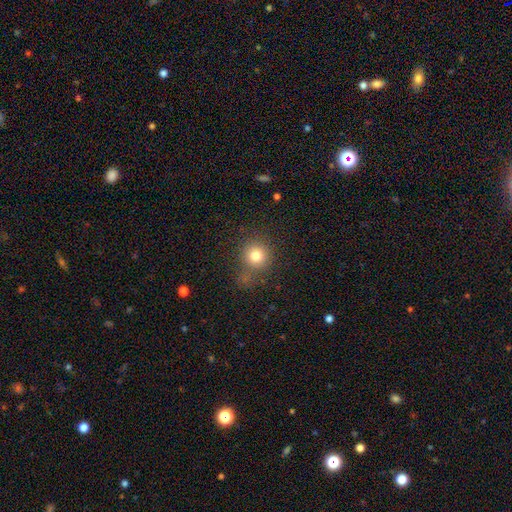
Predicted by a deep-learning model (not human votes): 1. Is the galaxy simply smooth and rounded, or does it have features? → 78% smooth, 13% star or artifact, 8% featured or disk.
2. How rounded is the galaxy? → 91% round, 8% in between, 1% cigar-shaped.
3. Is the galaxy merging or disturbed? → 72% none, 14% minor disturbance, 7% merger, 7% major disturbance.